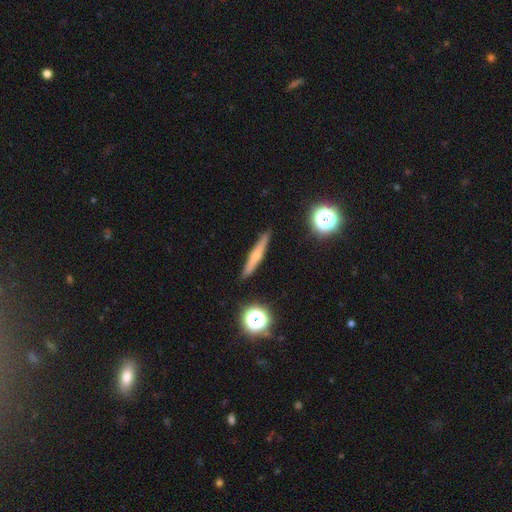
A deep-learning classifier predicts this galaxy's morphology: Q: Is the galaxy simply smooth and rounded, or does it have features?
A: featured or disk — 50%.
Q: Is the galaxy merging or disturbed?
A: none — 89%.